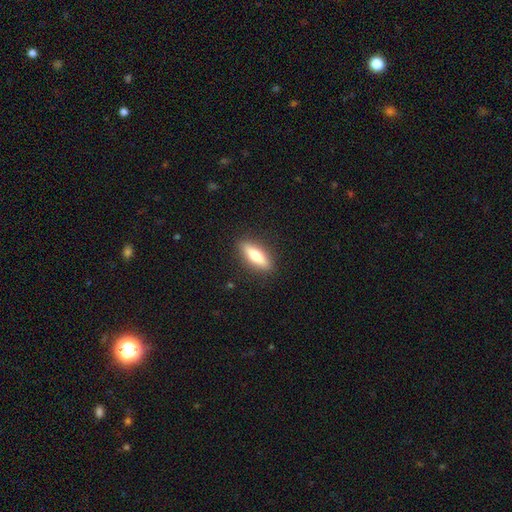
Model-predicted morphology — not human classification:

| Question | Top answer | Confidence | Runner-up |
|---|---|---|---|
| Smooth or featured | smooth | 63% | featured or disk (31%) |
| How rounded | cigar-shaped | 50% | in between (47%) |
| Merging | none | 89% | minor disturbance (8%) |